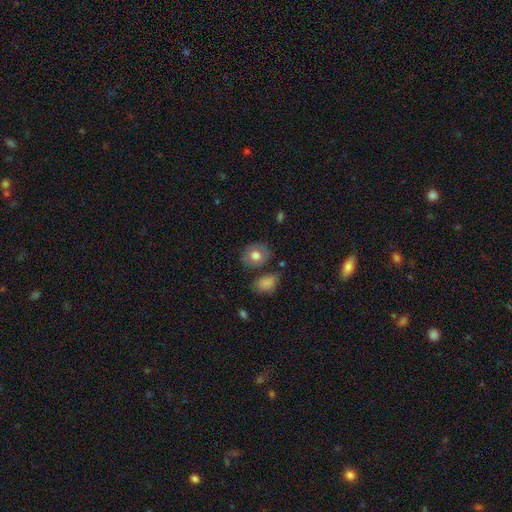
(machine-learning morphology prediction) The model was most divided on "how rounded": in between: 51%, round: 48%, cigar-shaped: 1%. More confident: merging — none (72%); smooth or featured — smooth (72%).